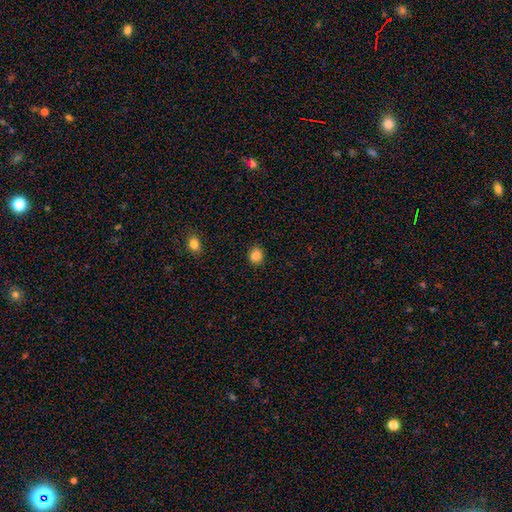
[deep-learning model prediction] A smooth galaxy with no disk features (85%) that is round (76%). Merging: none (90%).